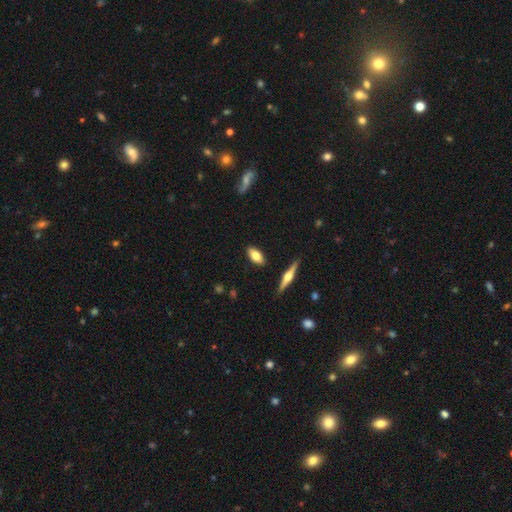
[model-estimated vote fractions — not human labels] A smooth galaxy with no disk features (70%) that is in between round and cigar-shaped (82%).

Vote fractions:
- Smooth or featured? smooth: 70% / featured or disk: 23% / star or artifact: 7%
- How rounded? in between: 82% / cigar-shaped: 15% / round: 3%
- Merging? none: 88% / minor disturbance: 9% / major disturbance: 2% / merger: 2%